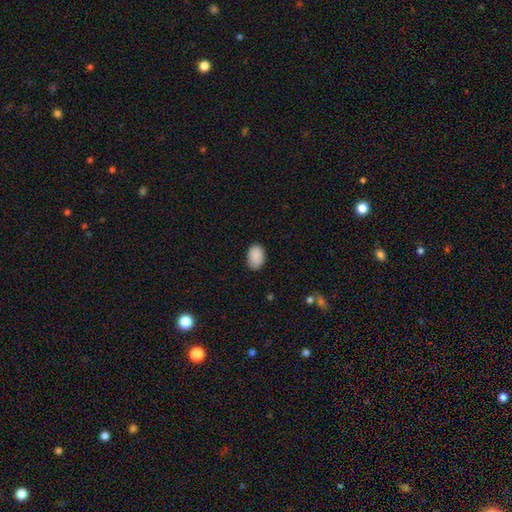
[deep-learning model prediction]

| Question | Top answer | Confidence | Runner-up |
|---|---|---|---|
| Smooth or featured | smooth | 90% | star or artifact (7%) |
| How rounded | in between | 86% | round (13%) |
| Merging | none | 86% | minor disturbance (11%) |